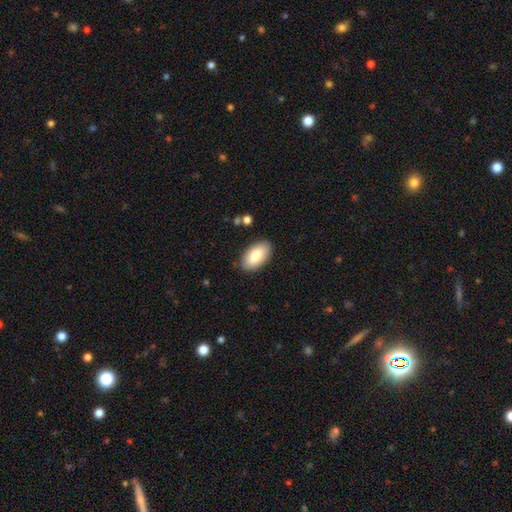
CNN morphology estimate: Overall: smooth (81%). How rounded: in between (95%). Merging: none (87%).